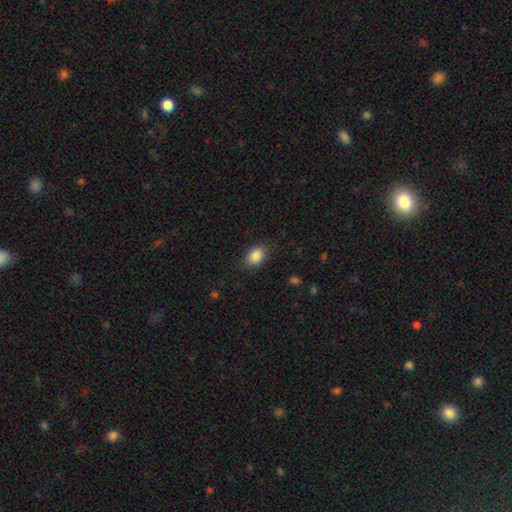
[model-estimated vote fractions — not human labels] A smooth galaxy with no disk features (88%) that is in between round and cigar-shaped (79%). Merging: none (83%).